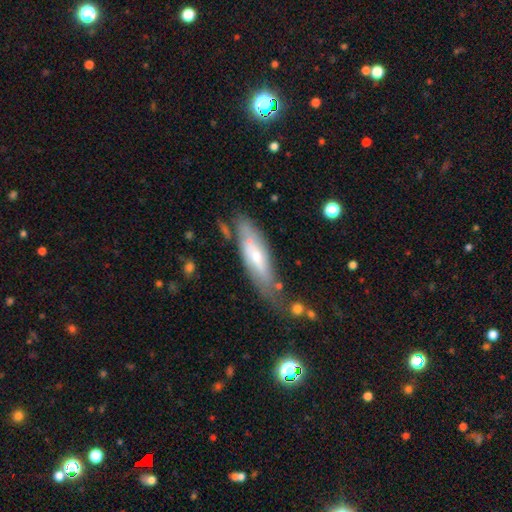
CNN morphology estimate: Smooth or featured?
  - featured or disk: 54% *
  - smooth: 39%
  - star or artifact: 6%
Edge-on disk?
  - no: 58% *
  - yes: 42%
Merging?
  - none: 59% *
  - minor disturbance: 25%
  - major disturbance: 9%
  - merger: 7%